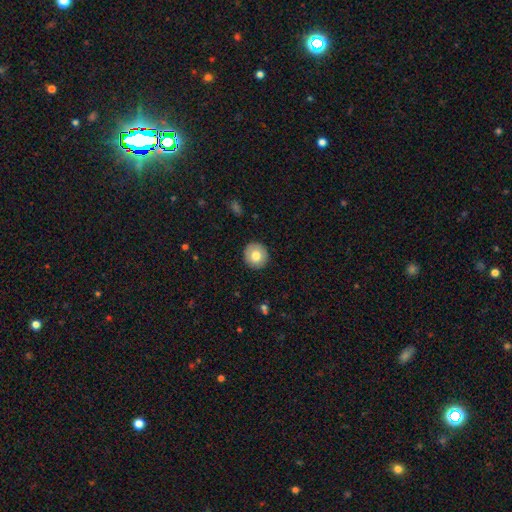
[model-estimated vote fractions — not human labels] Q: Smooth or featured?
A: smooth (77%); runner-up: featured or disk (15%)
Q: How rounded?
A: round (94%); runner-up: in between (5%)
Q: Merging?
A: none (91%); runner-up: minor disturbance (6%)